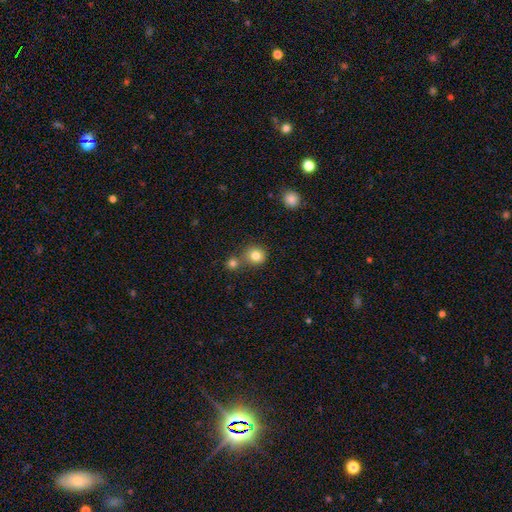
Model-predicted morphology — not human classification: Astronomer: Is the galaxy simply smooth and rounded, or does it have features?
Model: smooth — 82%.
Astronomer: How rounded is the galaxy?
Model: round — 88%.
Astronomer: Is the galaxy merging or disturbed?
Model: none — 66%.